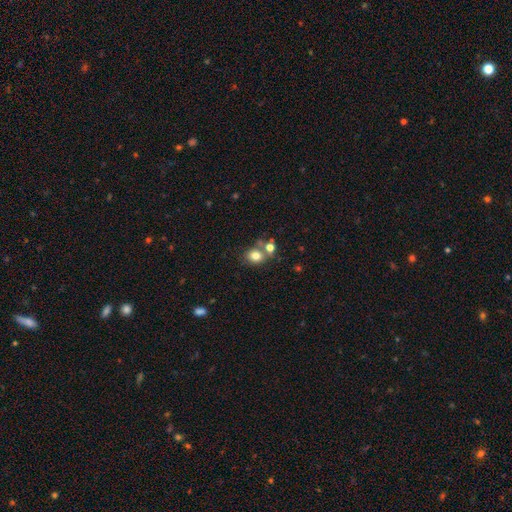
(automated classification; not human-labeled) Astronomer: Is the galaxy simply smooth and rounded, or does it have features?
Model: smooth — 78%.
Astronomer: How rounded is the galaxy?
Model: round — 61% (runner-up: in between, 39%).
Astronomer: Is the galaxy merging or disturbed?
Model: none — 51% (runner-up: merger, 32%).